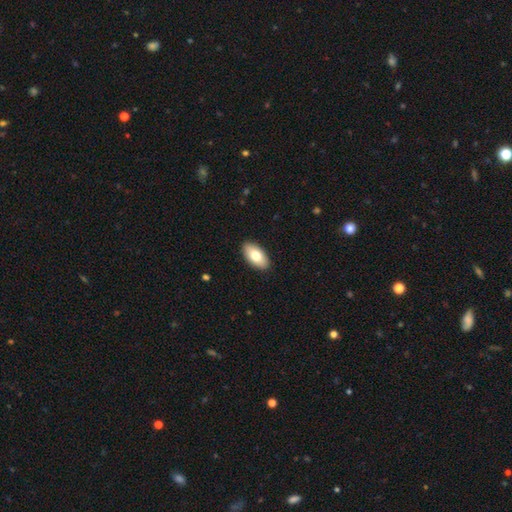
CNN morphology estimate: Smooth or featured: smooth — 78% (featured or disk — 16%)
How rounded: in between — 95% (round — 3%)
Merging: none — 90% (minor disturbance — 7%)